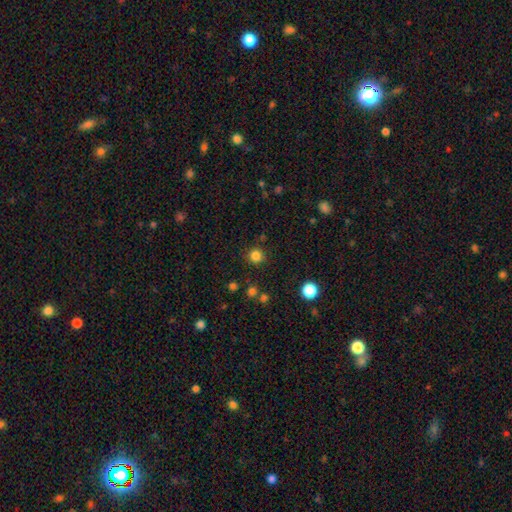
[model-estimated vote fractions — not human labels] Smooth or featured? Predicted: smooth (p=0.82). How rounded? Predicted: round (p=0.94). Merging? Predicted: none (p=0.89).